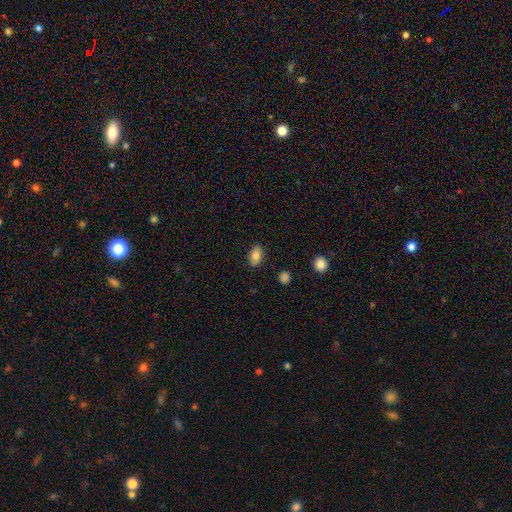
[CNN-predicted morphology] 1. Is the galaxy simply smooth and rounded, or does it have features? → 80% smooth, 11% featured or disk, 8% star or artifact.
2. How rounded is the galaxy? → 86% in between, 12% round, 2% cigar-shaped.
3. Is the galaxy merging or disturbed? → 87% none, 10% minor disturbance, 2% major disturbance, 1% merger.